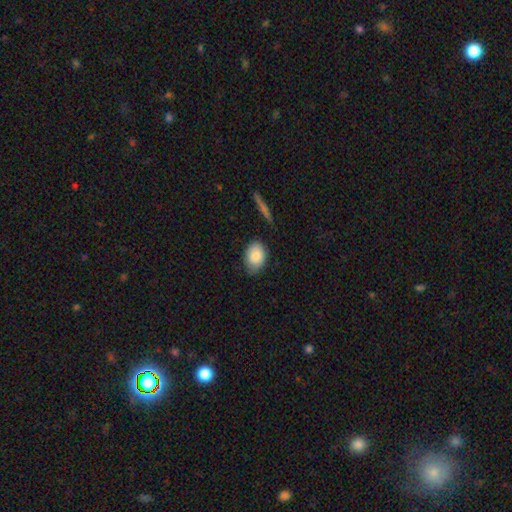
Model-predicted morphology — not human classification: type=smooth (86%); roundness=in between (80%); merging=none (77%).